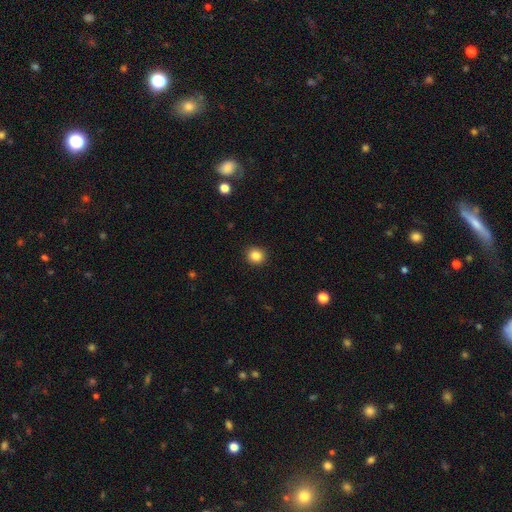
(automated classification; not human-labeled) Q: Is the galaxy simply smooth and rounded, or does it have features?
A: smooth — 85%.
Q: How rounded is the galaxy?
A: round — 87%.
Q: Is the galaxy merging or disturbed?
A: none — 92%.